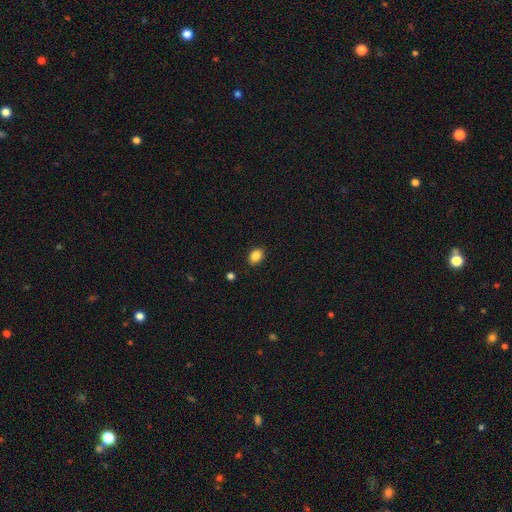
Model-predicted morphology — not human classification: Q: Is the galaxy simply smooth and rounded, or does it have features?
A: smooth — 87%.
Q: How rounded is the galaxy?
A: in between — 79%.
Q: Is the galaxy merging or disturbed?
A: none — 87%.